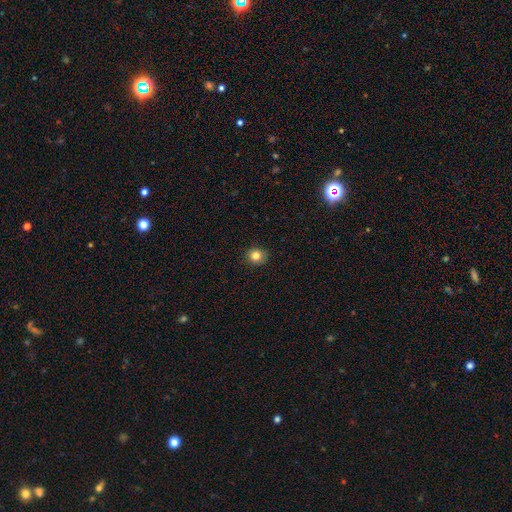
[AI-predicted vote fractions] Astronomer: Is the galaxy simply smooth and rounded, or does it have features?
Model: smooth — 83%.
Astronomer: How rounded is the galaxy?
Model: round — 77%.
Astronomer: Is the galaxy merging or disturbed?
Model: none — 90%.